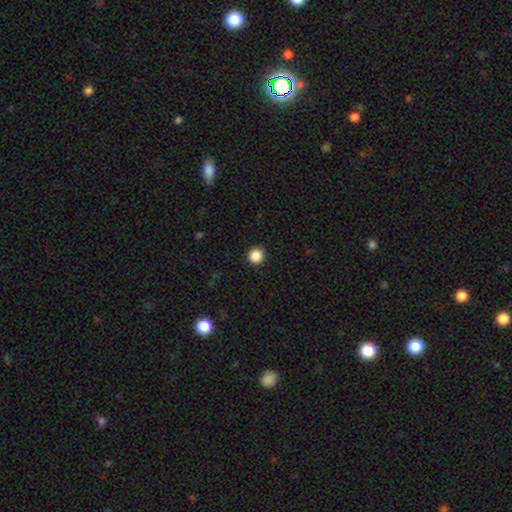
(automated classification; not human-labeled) smooth-or-featured: smooth: 88% | star or artifact: 10% | featured or disk: 2%
  how-rounded: round: 96% | in between: 3% | cigar-shaped: 1%
  merging: none: 94% | minor disturbance: 4% | major disturbance: 2% | merger: 1%